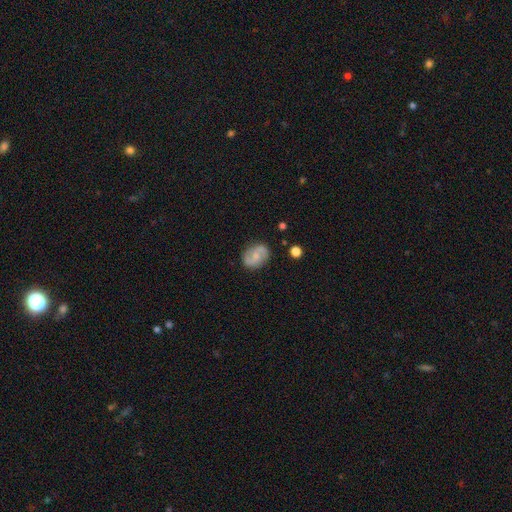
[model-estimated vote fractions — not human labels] A featured or disk galaxy (59%) with no bar (47%), 2 (89%) medium (44%) spiral arms (89%) and a small central bulge (46%). Merging: none (81%).